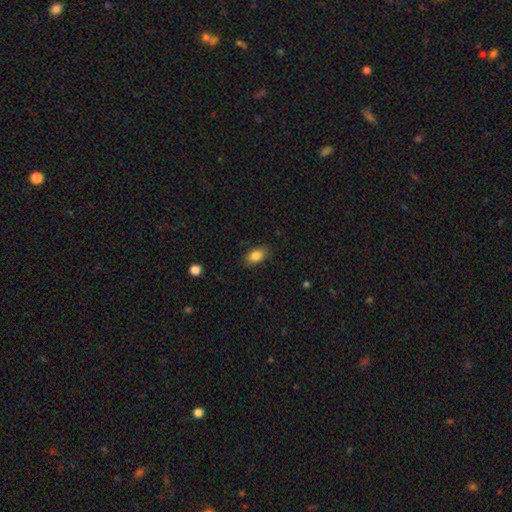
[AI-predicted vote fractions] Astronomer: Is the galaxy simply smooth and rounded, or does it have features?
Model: smooth — 85%.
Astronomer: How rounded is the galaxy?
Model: in between — 86%.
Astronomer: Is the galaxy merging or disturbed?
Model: none — 84%.